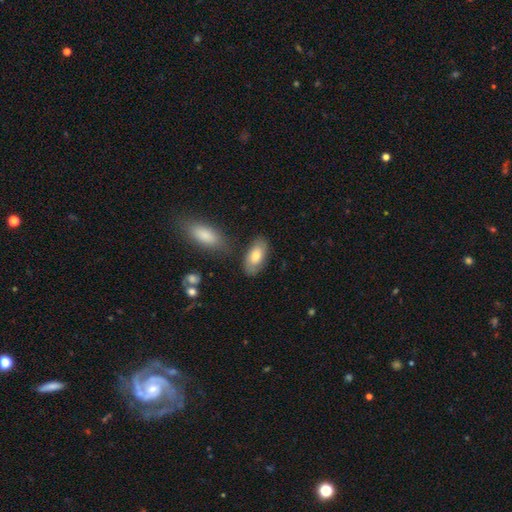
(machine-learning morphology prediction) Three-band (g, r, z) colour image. It shows a smooth galaxy with no disk features (69%) that is in between round and cigar-shaped (93%). Merging: none (74%).